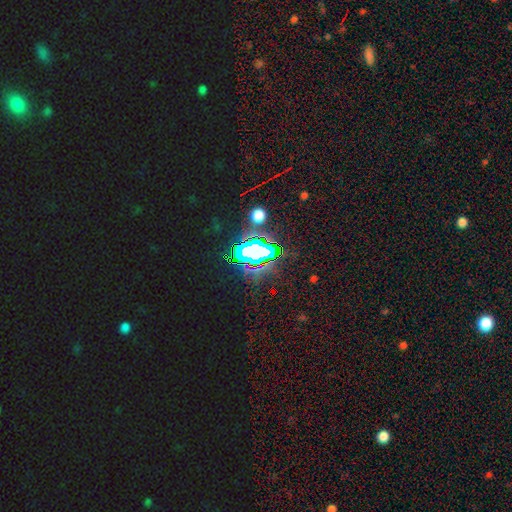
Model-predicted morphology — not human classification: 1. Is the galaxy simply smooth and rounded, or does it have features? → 81% star or artifact, 12% smooth, 7% featured or disk.